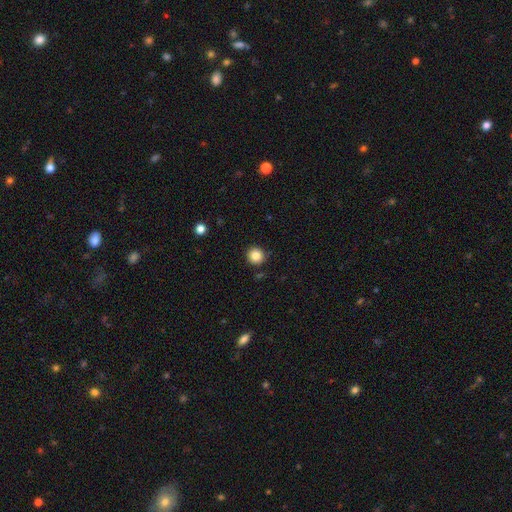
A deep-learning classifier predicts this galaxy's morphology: Smooth or featured? smooth (84%)
How rounded? round (95%)
Merging? none (90%)